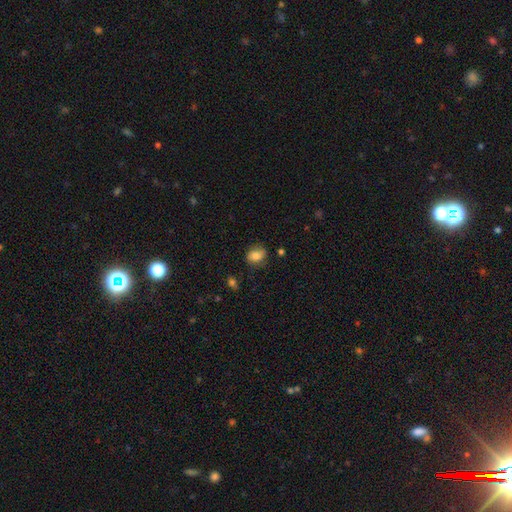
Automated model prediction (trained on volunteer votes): This appears to be a smooth galaxy with no disk features (76%) that is in between round and cigar-shaped (56%). Merging: none (70%).